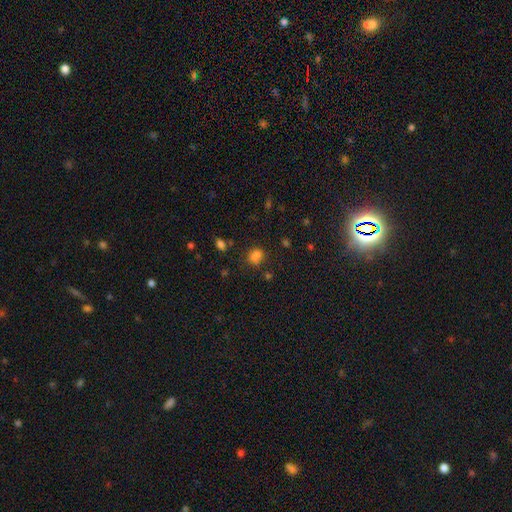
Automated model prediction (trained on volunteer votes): smooth-or-featured: smooth: 72% | star or artifact: 19% | featured or disk: 9%
  how-rounded: round: 60% | in between: 39% | cigar-shaped: 1%
  merging: none: 53% | merger: 21% | minor disturbance: 18% | major disturbance: 8%